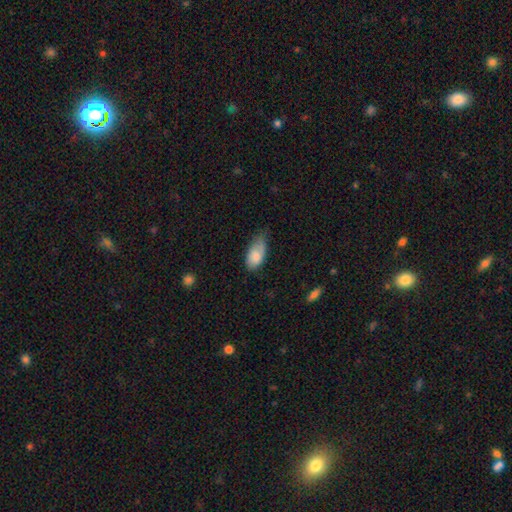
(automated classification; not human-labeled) Smooth or featured: smooth — 81% (featured or disk — 12%)
How rounded: in between — 92% (cigar-shaped — 4%)
Merging: minor disturbance — 45% (none — 38%)